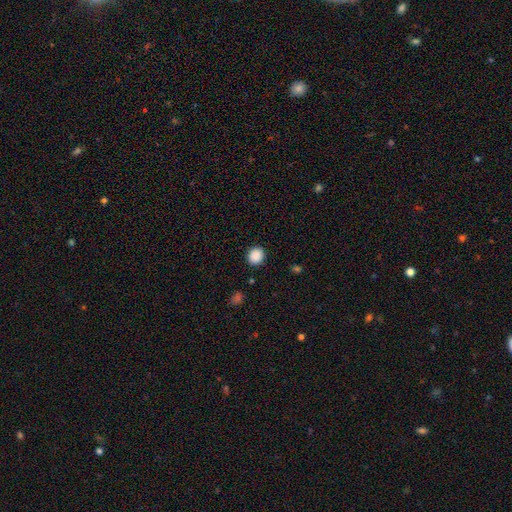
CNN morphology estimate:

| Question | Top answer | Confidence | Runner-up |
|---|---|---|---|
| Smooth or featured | smooth | 88% | star or artifact (9%) |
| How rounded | round | 83% | in between (16%) |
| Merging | none | 90% | minor disturbance (6%) |